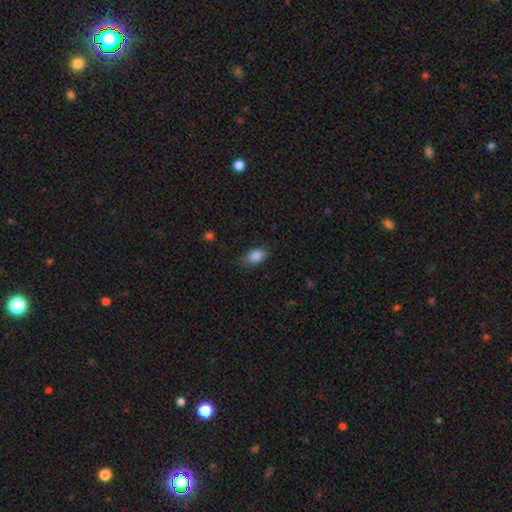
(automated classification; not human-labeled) This appears to be a smooth galaxy with no disk features (87%) that is in between round and cigar-shaped (90%). Merging: none (71%).